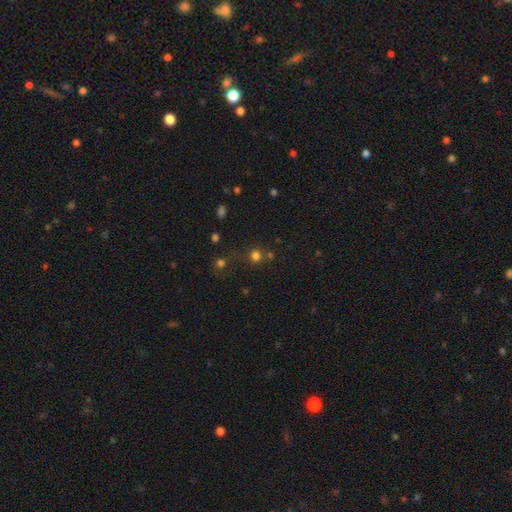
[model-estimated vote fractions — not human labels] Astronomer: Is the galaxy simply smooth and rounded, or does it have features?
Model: smooth — 71%.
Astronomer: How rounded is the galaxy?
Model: round — 90%.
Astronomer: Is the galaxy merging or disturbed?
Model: none — 68%.